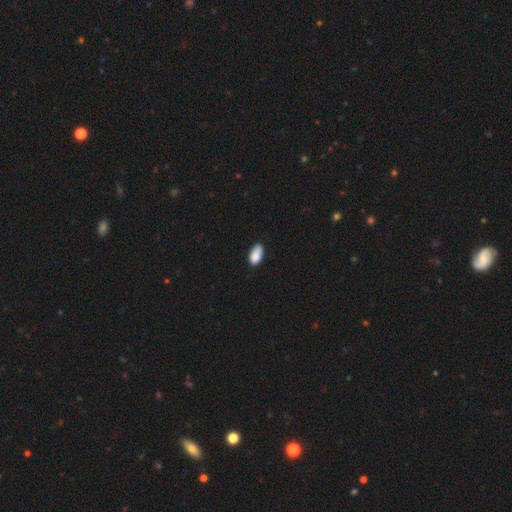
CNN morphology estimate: type=smooth (87%); roundness=in between (93%); merging=none (68%).